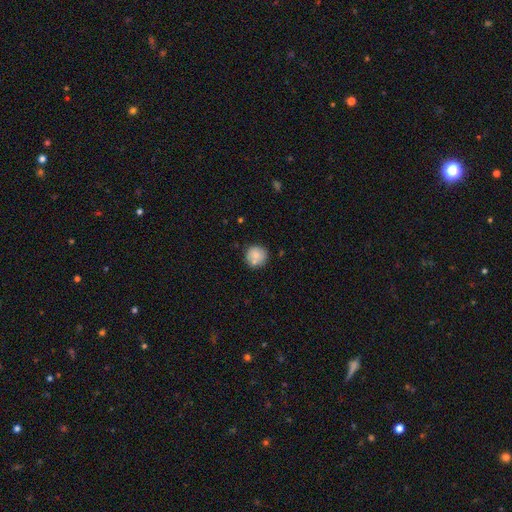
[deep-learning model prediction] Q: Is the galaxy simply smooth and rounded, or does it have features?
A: smooth — 74%.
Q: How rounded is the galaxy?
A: round — 92%.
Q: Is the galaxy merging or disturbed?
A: none — 69%.